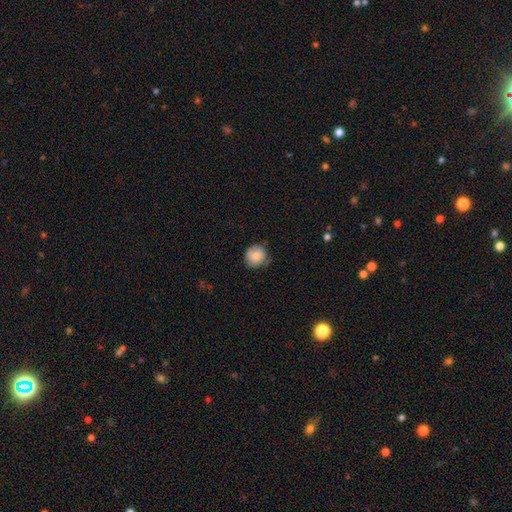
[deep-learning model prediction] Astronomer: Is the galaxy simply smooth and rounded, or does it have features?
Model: smooth — 82%.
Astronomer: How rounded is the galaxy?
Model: round — 91%.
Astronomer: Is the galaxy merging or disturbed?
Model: none — 73%.